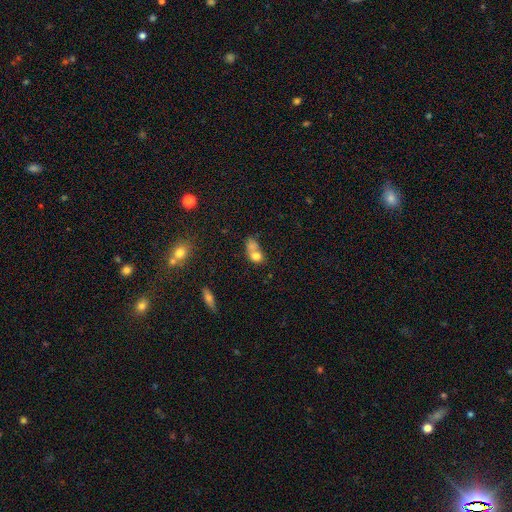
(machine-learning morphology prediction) Smooth or featured? smooth (72%)
How rounded? in between (53%)
Merging? merger (55%)